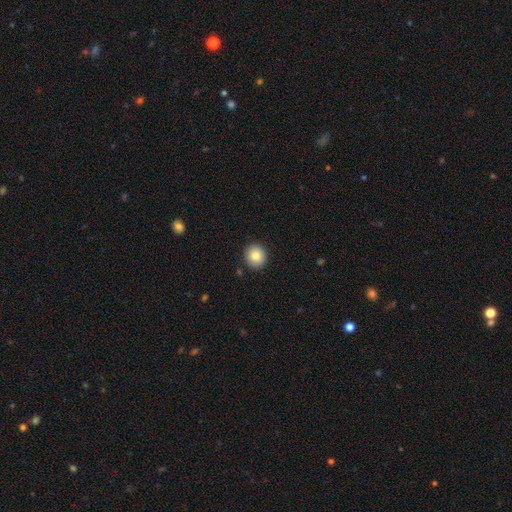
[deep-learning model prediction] Smooth or featured? smooth (82%)
How rounded? round (91%)
Merging? none (91%)